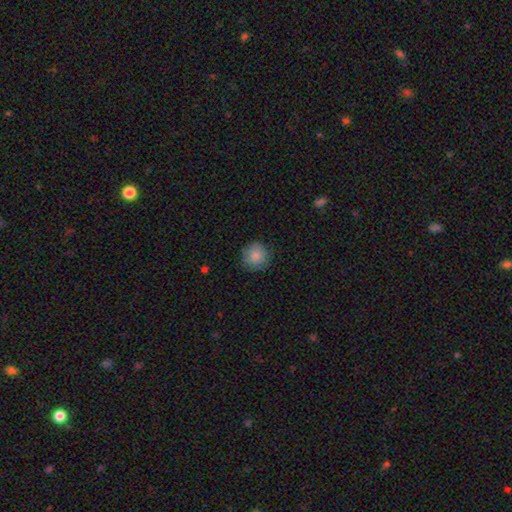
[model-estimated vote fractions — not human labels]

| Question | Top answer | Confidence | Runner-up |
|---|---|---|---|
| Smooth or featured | smooth | 86% | star or artifact (8%) |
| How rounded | round | 93% | in between (6%) |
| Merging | none | 84% | minor disturbance (12%) |